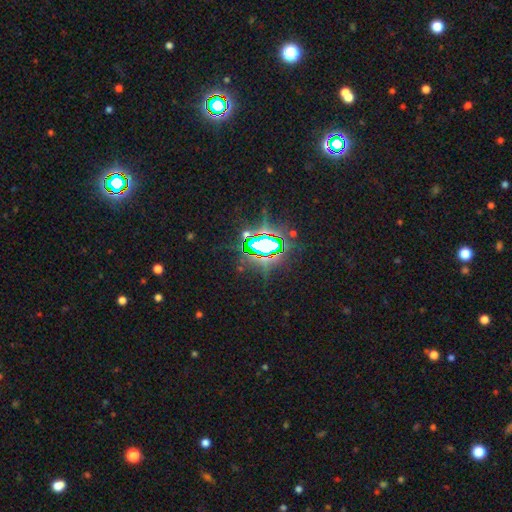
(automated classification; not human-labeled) Smooth or featured: star or artifact — 85% (smooth — 8%)